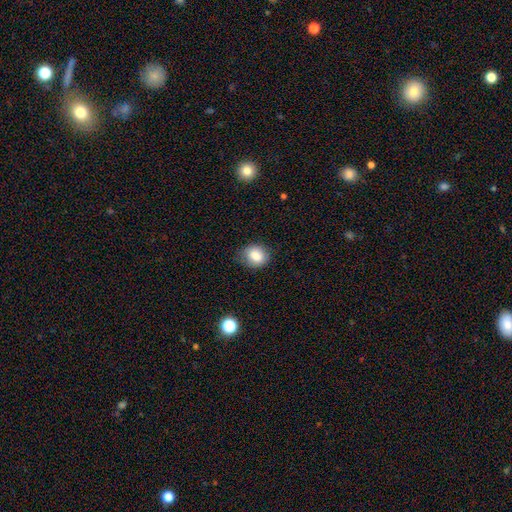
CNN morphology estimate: smooth 82%, star or artifact 9%, featured or disk 8%. Down the decision tree: how rounded — round (57%); merging — none (76%).